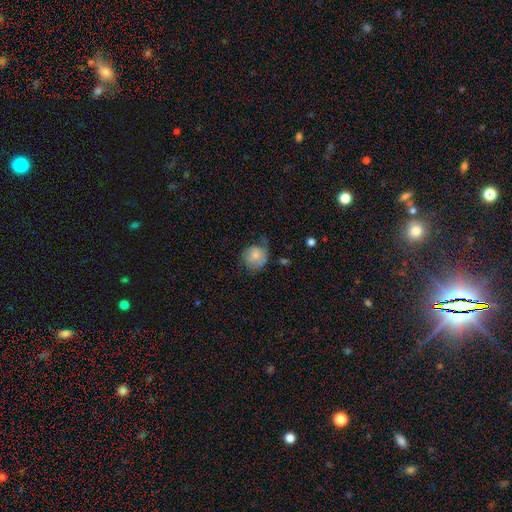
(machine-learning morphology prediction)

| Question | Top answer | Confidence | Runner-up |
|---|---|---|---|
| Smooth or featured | smooth | 72% | featured or disk (20%) |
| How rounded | round | 81% | in between (18%) |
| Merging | none | 47% | minor disturbance (34%) |